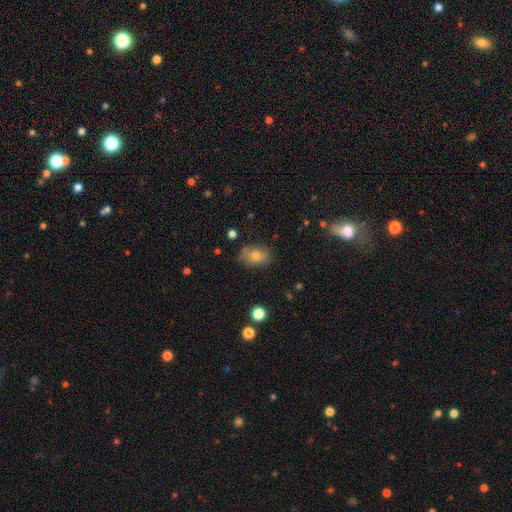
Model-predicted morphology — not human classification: Q: Smooth or featured?
A: smooth (69%); runner-up: featured or disk (19%)
Q: How rounded?
A: in between (78%); runner-up: round (21%)
Q: Merging?
A: none (78%); runner-up: minor disturbance (17%)